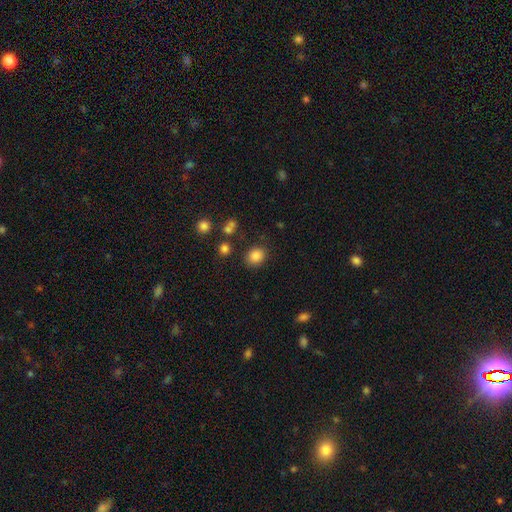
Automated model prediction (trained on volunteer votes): The model was most divided on "how rounded": round: 68%, in between: 31%, cigar-shaped: 1%. More confident: smooth or featured — smooth (84%); merging — none (83%).